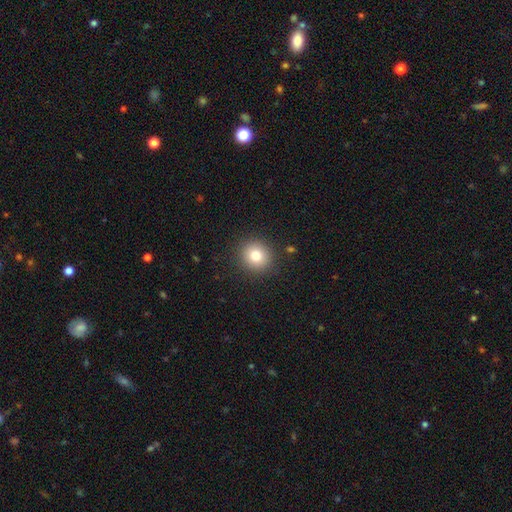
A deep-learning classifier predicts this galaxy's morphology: The model was most divided on "smooth or featured": smooth: 79%, star or artifact: 12%, featured or disk: 9%. More confident: how rounded — round (92%); merging — none (90%).